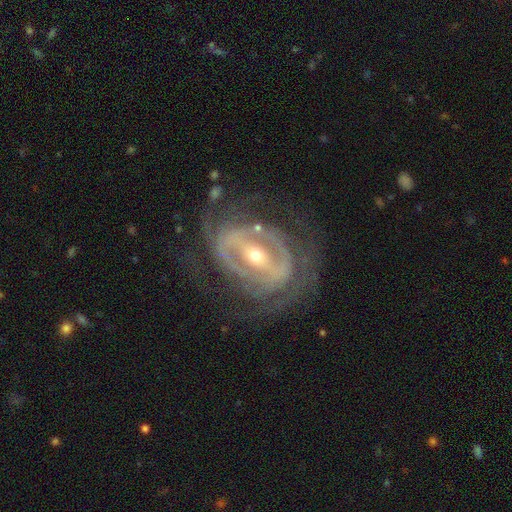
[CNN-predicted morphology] A featured or disk galaxy (87%) with a strong bar (60%), 2 (46%) tight (51%) spiral arms (78%) and a small central bulge (55%). Merging: none (63%).